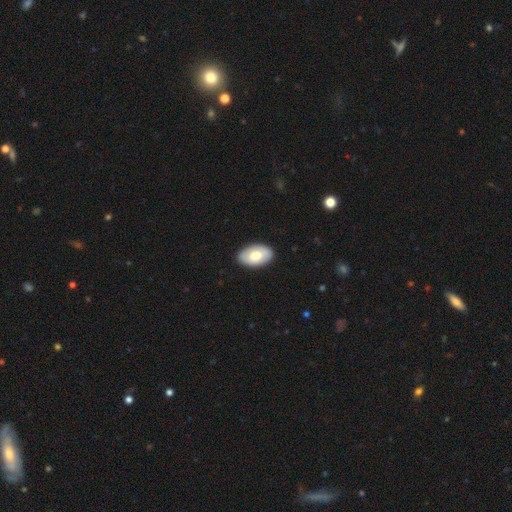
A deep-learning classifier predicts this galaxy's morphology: Smooth or featured? smooth (67%)
How rounded? in between (93%)
Merging? none (88%)